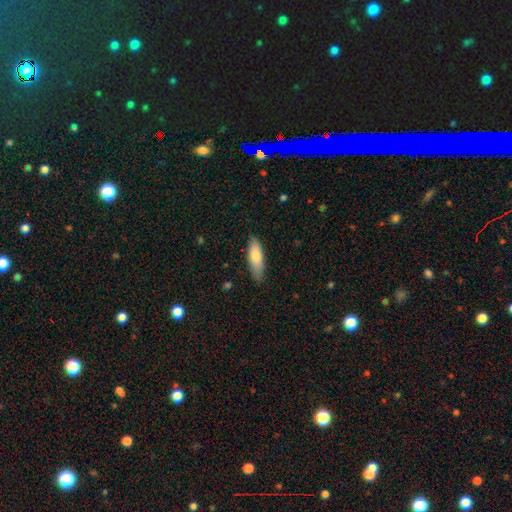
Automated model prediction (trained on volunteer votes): smooth 77%, featured or disk 18%, star or artifact 6%. Down the decision tree: how rounded — in between (53%); merging — none (78%).